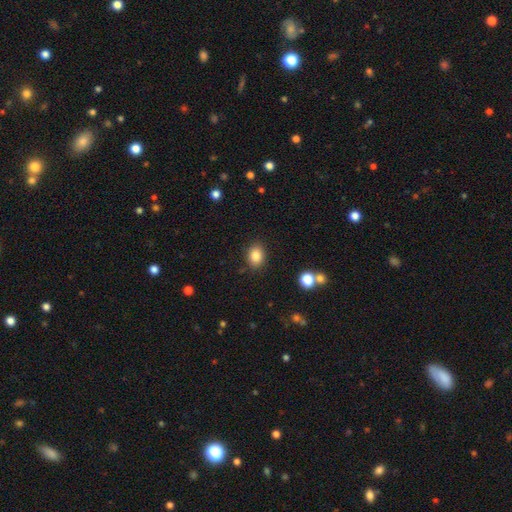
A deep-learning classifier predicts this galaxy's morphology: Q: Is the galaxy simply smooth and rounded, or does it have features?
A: smooth — 85%.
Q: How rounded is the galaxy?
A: in between — 60%.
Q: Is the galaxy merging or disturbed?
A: none — 86%.